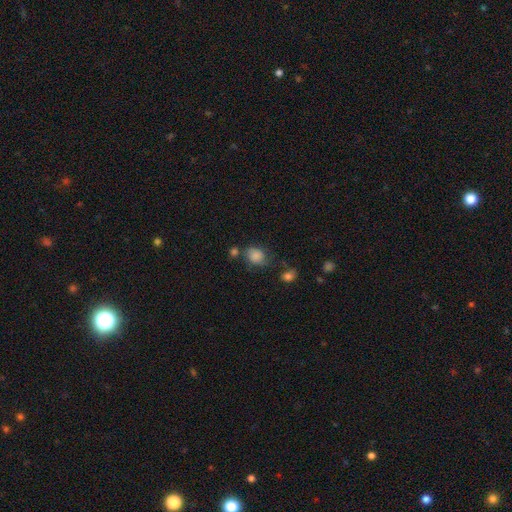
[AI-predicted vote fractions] Overall: smooth (78%). How rounded: round (51%; in between 48%). Merging: none (51%; minor disturbance 26%).